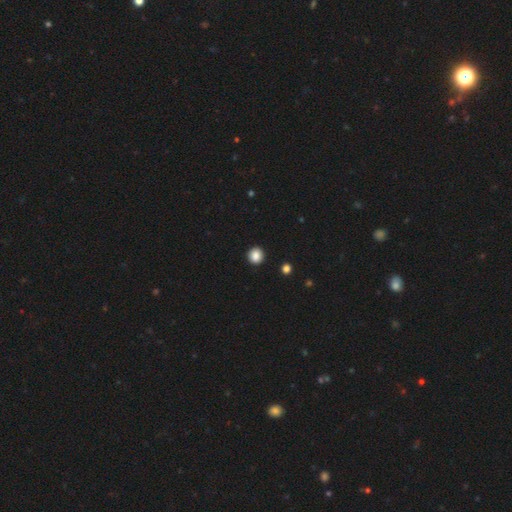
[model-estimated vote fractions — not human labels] The model was most divided on "smooth or featured": smooth: 87%, star or artifact: 10%, featured or disk: 3%. More confident: merging — none (93%); how rounded — round (92%).